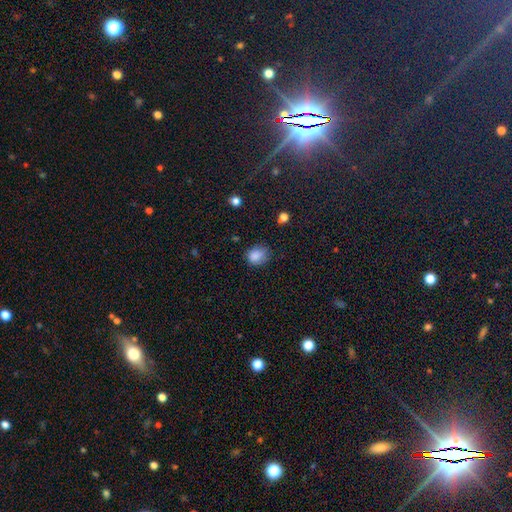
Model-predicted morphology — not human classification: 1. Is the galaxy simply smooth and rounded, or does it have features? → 84% smooth, 10% star or artifact, 6% featured or disk.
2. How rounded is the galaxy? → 61% round, 38% in between, 1% cigar-shaped.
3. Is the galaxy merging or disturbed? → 63% none, 28% minor disturbance, 7% major disturbance, 2% merger.